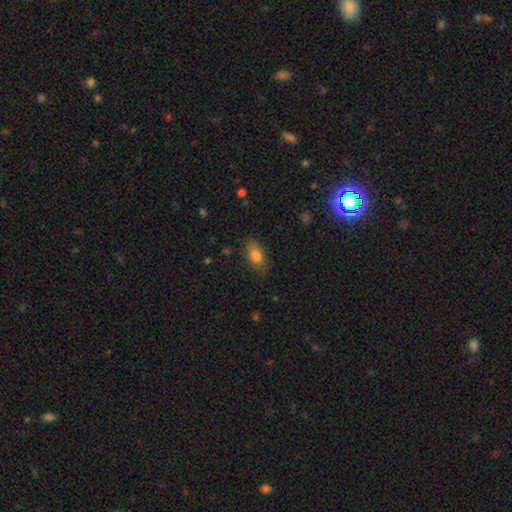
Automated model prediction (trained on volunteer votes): Smooth or featured? Predicted: smooth (p=0.81). How rounded? Predicted: in between (p=0.85). Merging? Predicted: none (p=0.81).